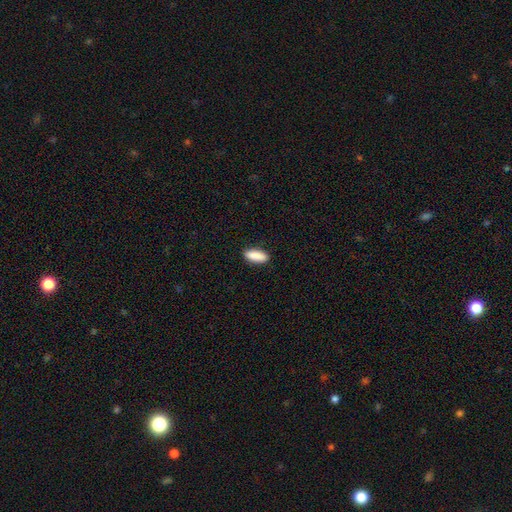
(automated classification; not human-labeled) smooth-or-featured: smooth: 90% | star or artifact: 6% | featured or disk: 4%
  how-rounded: in between: 73% | cigar-shaped: 25% | round: 2%
  merging: none: 89% | minor disturbance: 8% | major disturbance: 2% | merger: 1%